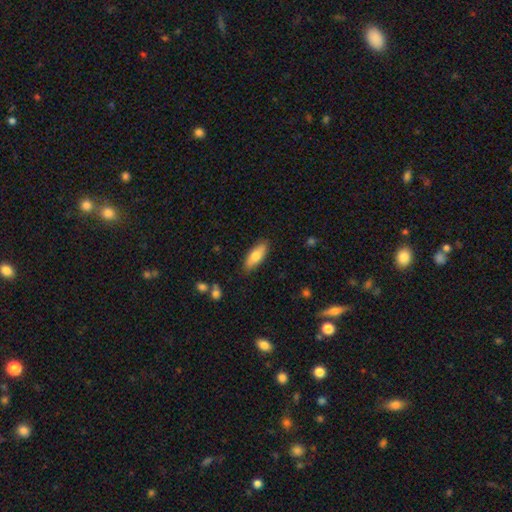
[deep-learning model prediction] smooth 75%, featured or disk 19%, star or artifact 6%. Down the decision tree: how rounded — in between (73%); merging — none (86%).